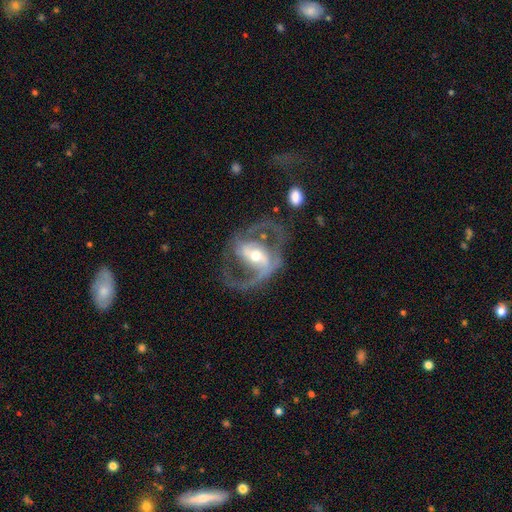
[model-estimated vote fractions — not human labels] A featured or disk galaxy (88%) with a strong bar (45%), 2 (86%) medium (55%) spiral arms (92%) and a moderate central bulge (63%).

Vote fractions:
- Smooth or featured? featured or disk: 88% / smooth: 7% / star or artifact: 5%
- Edge-on disk? no: 96% / yes: 4%
- Bar? strong: 45% / weak: 35% / no: 20%
- Spiral arms? yes: 92% / no: 8%
- Spiral winding? medium: 55% / loose: 30% / tight: 15%
- Spiral arm count? 2: 86% / 1: 5% / can't tell: 4% / 3: 2% / 4: 1% / more than 4: 1%
- Bulge size? moderate: 63% / small: 28% / large: 6% / dominant: 1% / none: 1%
- Merging? none: 63% / major disturbance: 19% / minor disturbance: 15% / merger: 3%